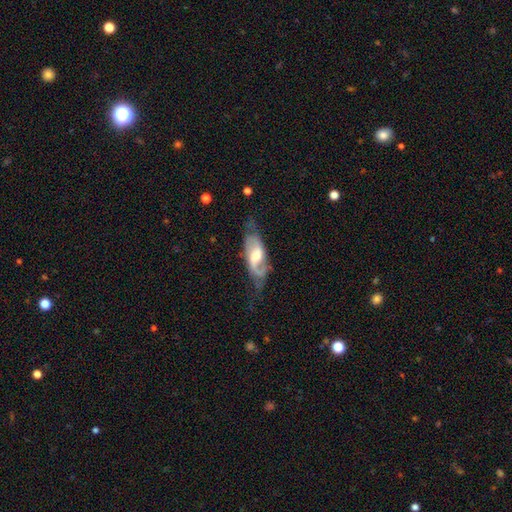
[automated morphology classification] Overall: featured or disk (73%). Edge-on disk: no (91%). Bar: weak (48%; no 33%). Spiral arms: yes (89%). Spiral arm count: 2 (76%). Spiral winding: loose (42%, tied with medium). Bulge size: moderate (56%; large 21%). Merging: none (47%; minor disturbance 29%).